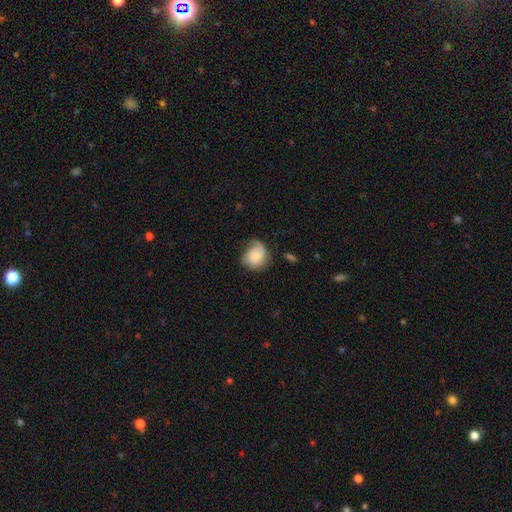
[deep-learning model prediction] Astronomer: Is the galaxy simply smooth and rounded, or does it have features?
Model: smooth — 62%.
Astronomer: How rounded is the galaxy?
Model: round — 58% (runner-up: in between, 41%).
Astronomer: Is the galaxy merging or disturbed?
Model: none — 43% (runner-up: minor disturbance, 36%).